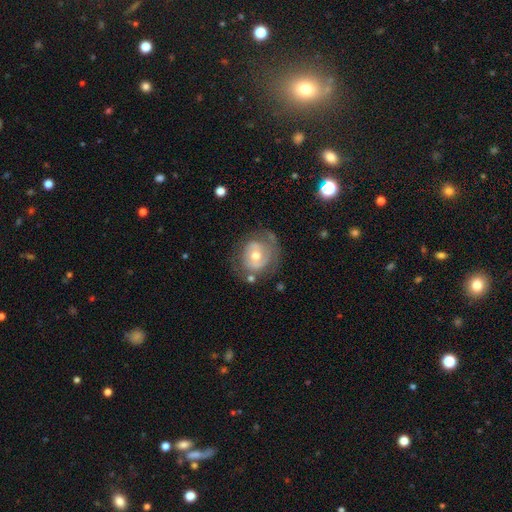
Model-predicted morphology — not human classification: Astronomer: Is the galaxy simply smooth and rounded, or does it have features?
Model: featured or disk — 61%.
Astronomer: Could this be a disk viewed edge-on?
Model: no — 96%.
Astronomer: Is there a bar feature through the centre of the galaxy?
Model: no — 61%.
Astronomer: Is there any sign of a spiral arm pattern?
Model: yes — 57% (runner-up: no, 43%).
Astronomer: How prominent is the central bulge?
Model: moderate — 71%.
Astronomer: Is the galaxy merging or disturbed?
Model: none — 58%.